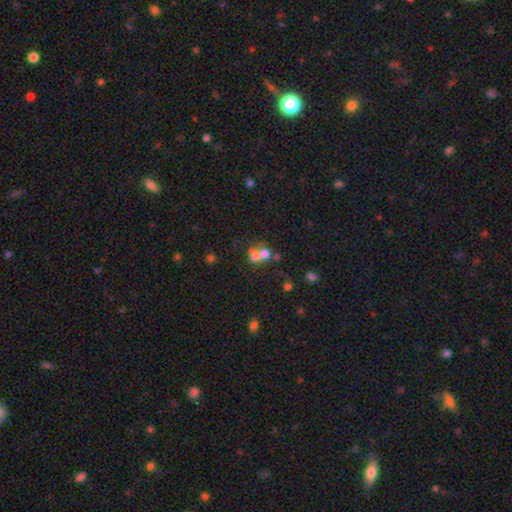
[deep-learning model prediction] Smooth or featured? Predicted: smooth (p=0.60). How rounded? Predicted: round (p=0.68). Merging? Predicted: merger (p=0.62).